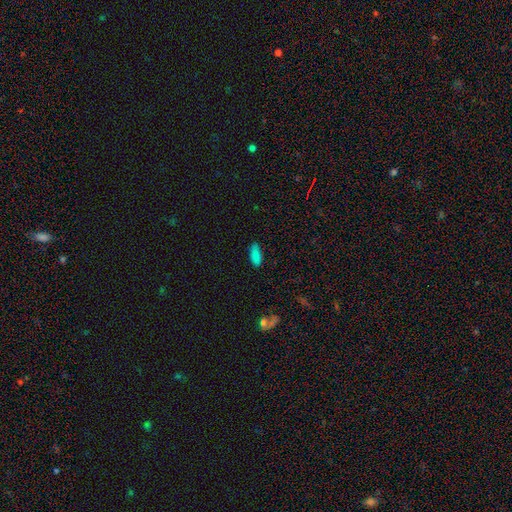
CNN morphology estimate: smooth 85%, star or artifact 11%, featured or disk 5%. Down the decision tree: how rounded — in between (77%); merging — none (83%).